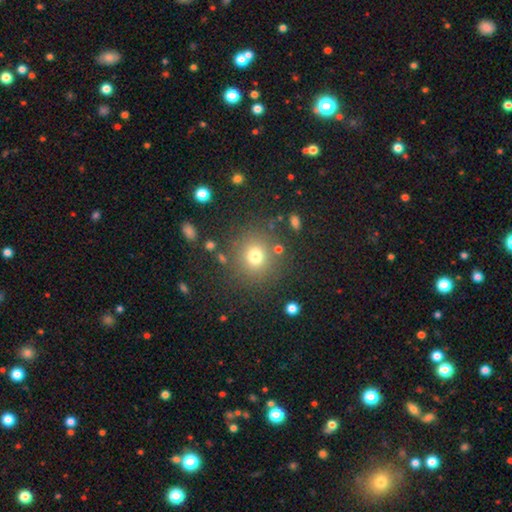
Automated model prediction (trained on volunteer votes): The model was most divided on "smooth or featured": smooth: 70%, star or artifact: 21%, featured or disk: 9%. More confident: how rounded — round (89%); merging — none (85%).